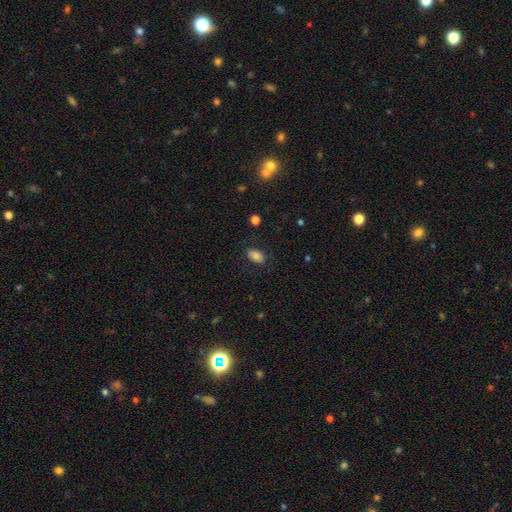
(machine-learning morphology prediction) Smooth or featured? smooth (82%)
How rounded? in between (90%)
Merging? none (80%)